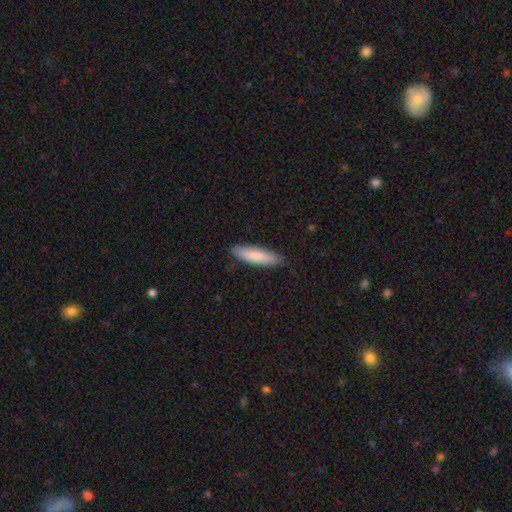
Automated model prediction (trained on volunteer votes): Smooth or featured: smooth — 83% (featured or disk — 12%)
How rounded: cigar-shaped — 66% (in between — 33%)
Merging: none — 87% (minor disturbance — 10%)